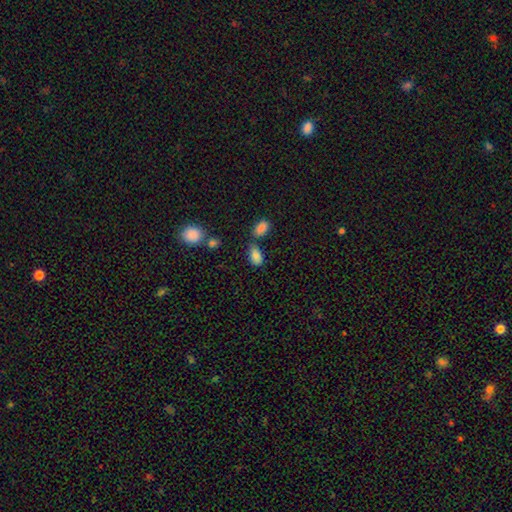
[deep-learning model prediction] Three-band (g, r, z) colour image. It shows a smooth galaxy with no disk features (85%) that is in between round and cigar-shaped (92%). Merging: none (59%).